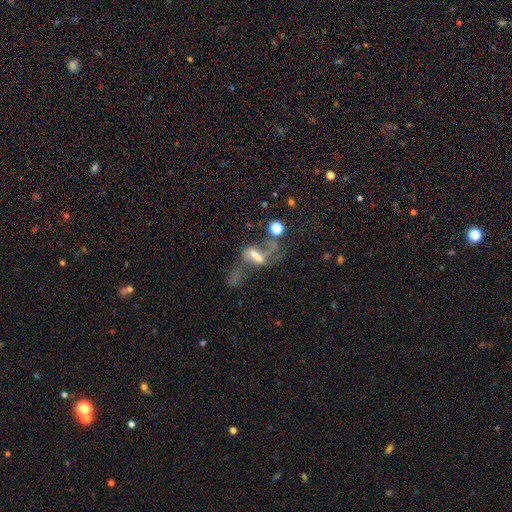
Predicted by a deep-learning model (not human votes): smooth_or_featured: featured or disk (p=0.52) [alt: smooth p=0.31]
disk_edge_on: no (p=0.88) [alt: yes p=0.12]
merging: major disturbance (p=0.38) [alt: merger p=0.29]